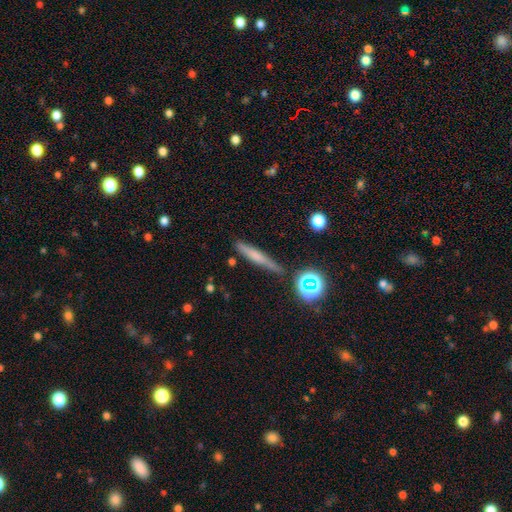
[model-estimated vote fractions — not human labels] Smooth or featured: smooth — 53% (featured or disk — 35%)
How rounded: cigar-shaped — 87% (in between — 7%)
Merging: none — 82% (minor disturbance — 11%)